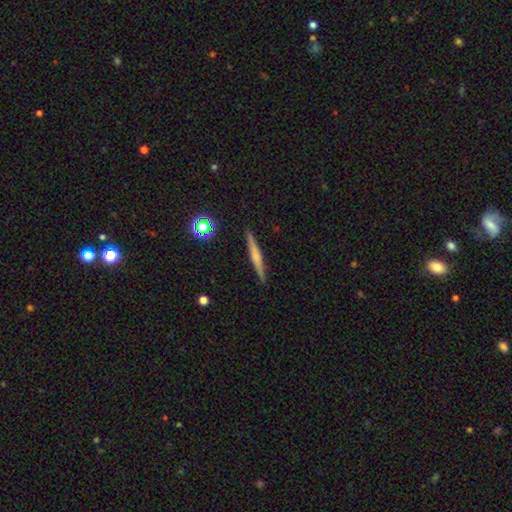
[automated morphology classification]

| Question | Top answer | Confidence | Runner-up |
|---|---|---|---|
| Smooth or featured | featured or disk | 52% | smooth (40%) |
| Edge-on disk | yes | 97% | no (3%) |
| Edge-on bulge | rounded | 47% | none (39%) |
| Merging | none | 91% | minor disturbance (7%) |